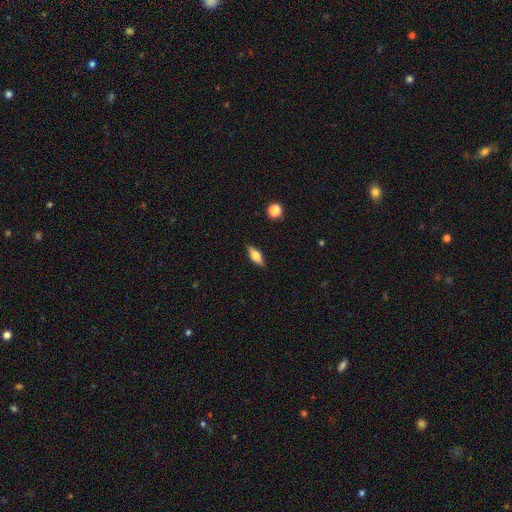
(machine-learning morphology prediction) type=smooth (61%); roundness=in between (71%); merging=none (87%).